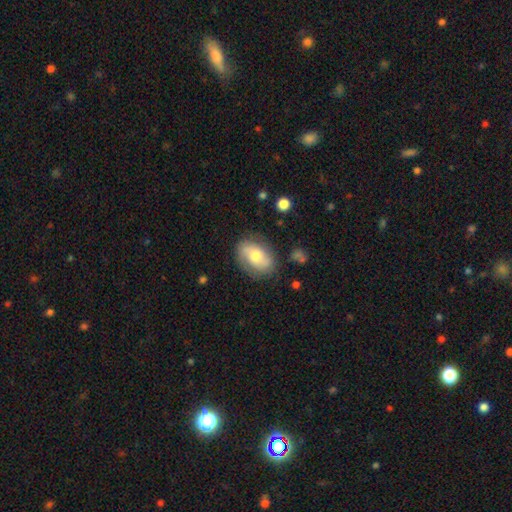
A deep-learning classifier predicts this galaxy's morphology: Overall: smooth (48%; featured or disk 44%). Merging: none (74%).